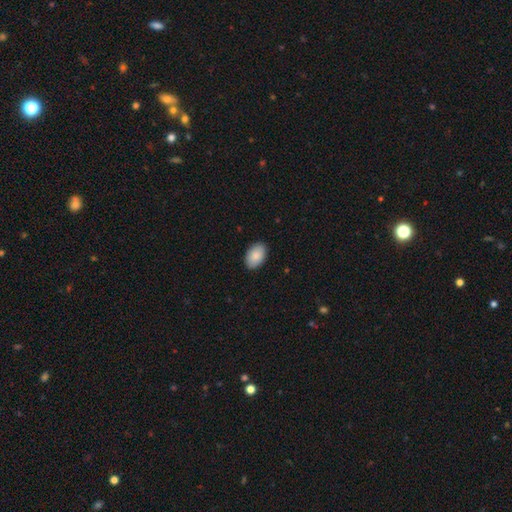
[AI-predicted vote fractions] Smooth or featured?
  - smooth: 89% *
  - star or artifact: 6%
  - featured or disk: 5%
How rounded?
  - in between: 92% *
  - round: 7%
  - cigar-shaped: 1%
Merging?
  - none: 89% *
  - minor disturbance: 8%
  - major disturbance: 2%
  - merger: 1%